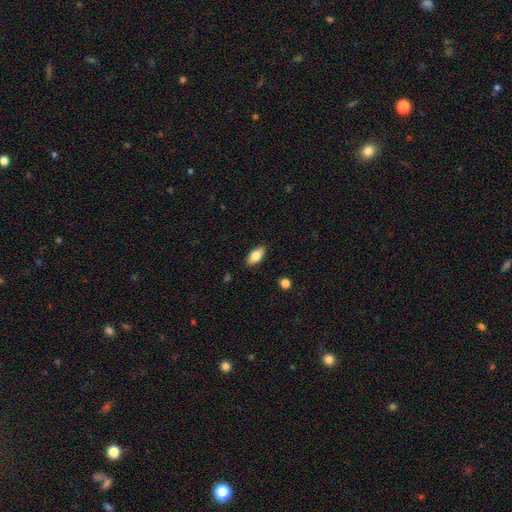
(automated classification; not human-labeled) The model was most divided on "smooth or featured": smooth: 75%, featured or disk: 18%, star or artifact: 7%. More confident: merging — none (87%); how rounded — in between (87%).